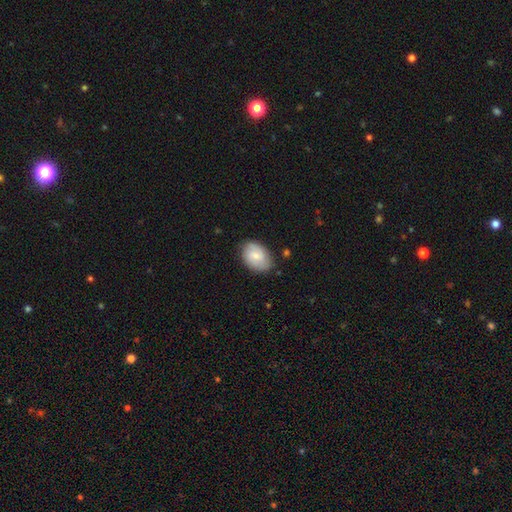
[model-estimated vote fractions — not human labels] The model was most divided on "smooth or featured": smooth: 53%, featured or disk: 41%, star or artifact: 6%. More confident: how rounded — in between (80%); merging — none (78%).